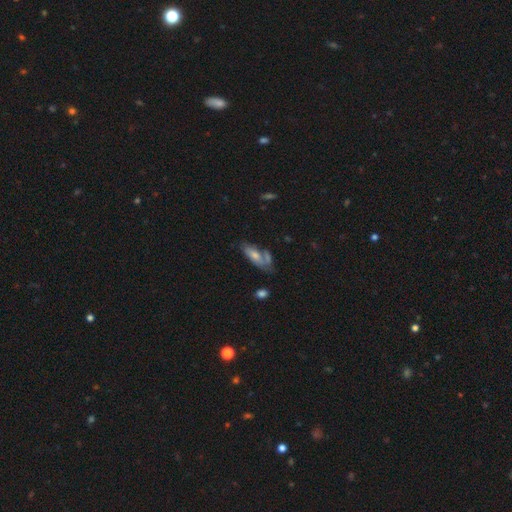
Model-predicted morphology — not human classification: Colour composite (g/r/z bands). It shows a smooth galaxy with no disk features (62%) that is in between round and cigar-shaped (70%). Merging: none (47%).